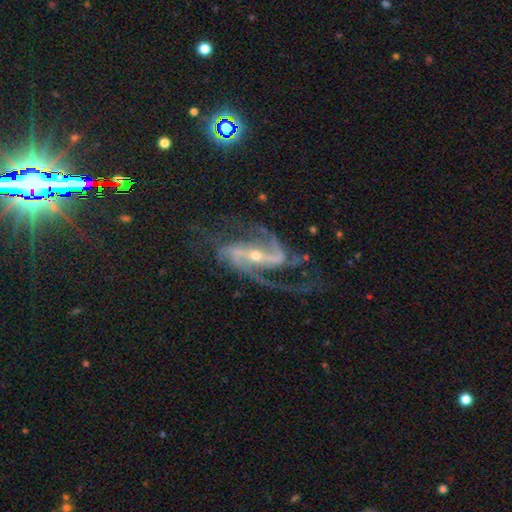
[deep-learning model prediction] smooth_or_featured: featured or disk (p=0.91) [alt: star or artifact p=0.06]
disk_edge_on: no (p=0.96) [alt: yes p=0.04]
bar: strong (p=0.50) [alt: weak p=0.30]
has_spiral_arms: yes (p=0.98) [alt: no p=0.02]
spiral_winding: medium (p=0.45) [alt: loose p=0.42]
spiral_arm_count: 2 (p=0.65) [alt: 3 p=0.17]
bulge_size: small (p=0.64) [alt: moderate p=0.33]
merging: none (p=0.59) [alt: major disturbance p=0.21]